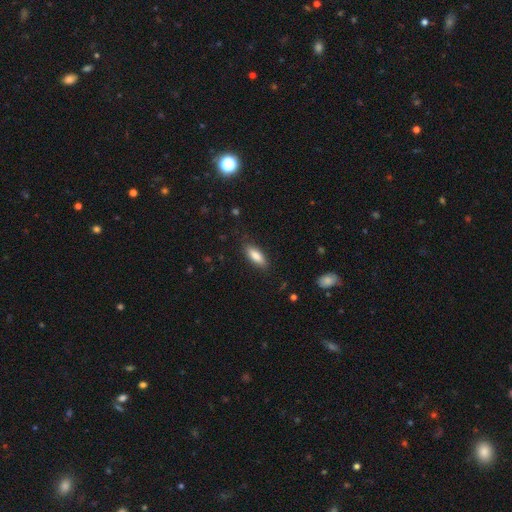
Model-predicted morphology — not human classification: This appears to be a smooth galaxy with no disk features (84%) that is in between round and cigar-shaped (68%). Merging: none (83%).